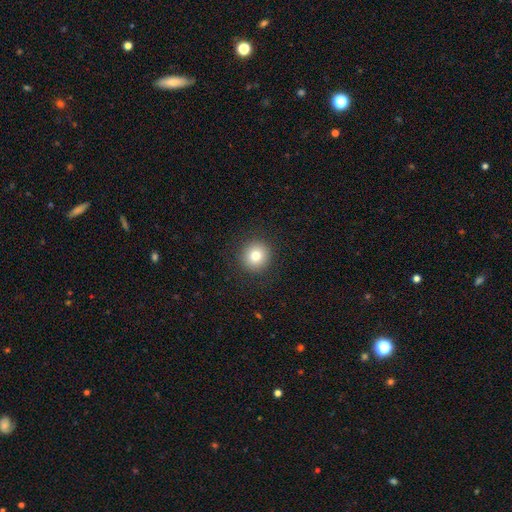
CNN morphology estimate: Smooth or featured? smooth (80%)
How rounded? round (93%)
Merging? none (91%)